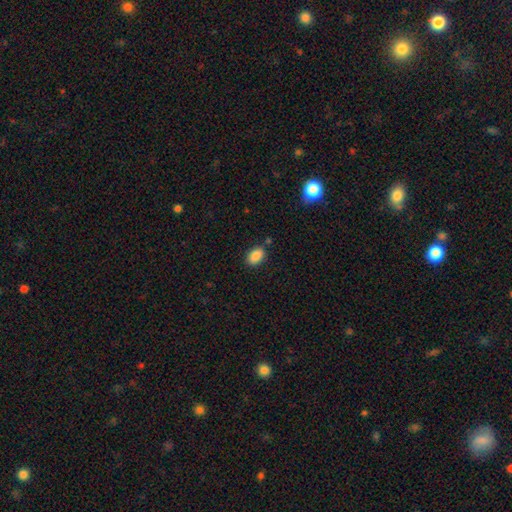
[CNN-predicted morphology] A smooth galaxy with no disk features (88%) that is in between round and cigar-shaped (88%).

Vote fractions:
- Smooth or featured? smooth: 88% / star or artifact: 8% / featured or disk: 4%
- How rounded? in between: 88% / round: 11% / cigar-shaped: 1%
- Merging? none: 82% / minor disturbance: 11% / merger: 4% / major disturbance: 3%